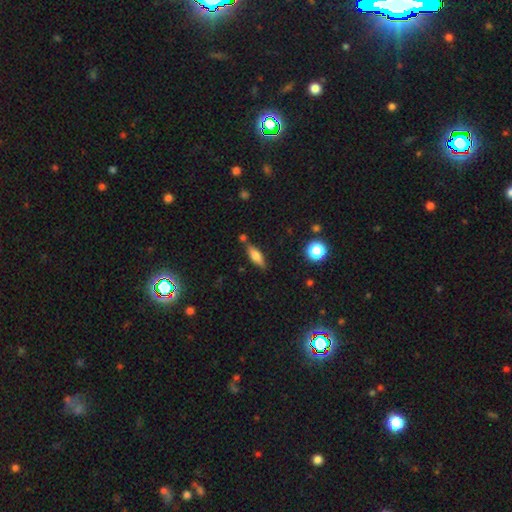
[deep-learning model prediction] The model was most divided on "how rounded": in between: 50%, cigar-shaped: 46%, round: 3%. More confident: merging — none (77%); smooth or featured — smooth (58%).